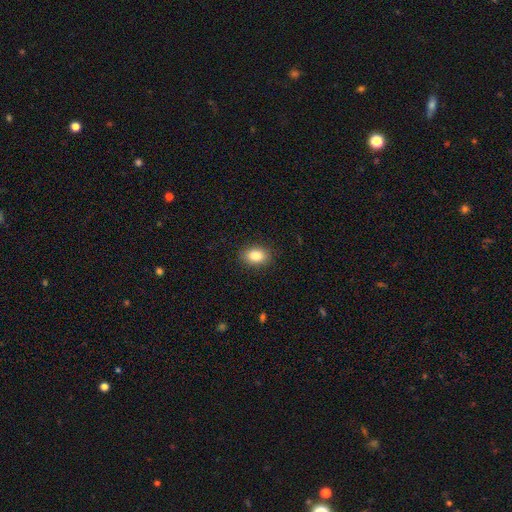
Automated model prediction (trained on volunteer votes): This appears to be a smooth galaxy with no disk features (85%) that is in between round and cigar-shaped (78%). Merging: none (89%).